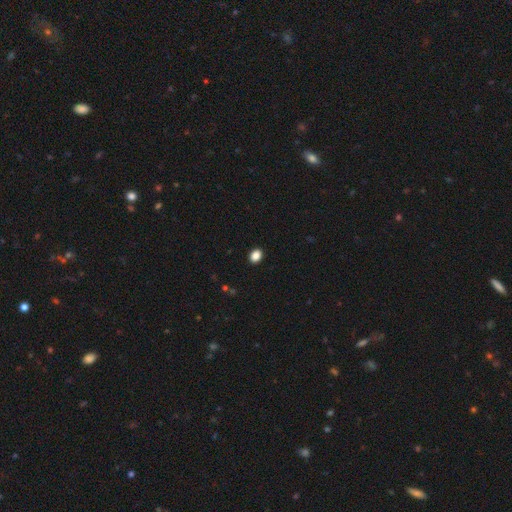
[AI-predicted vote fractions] Morphology: type=smooth (88%); roundness=in between (65%); merging=none (92%).